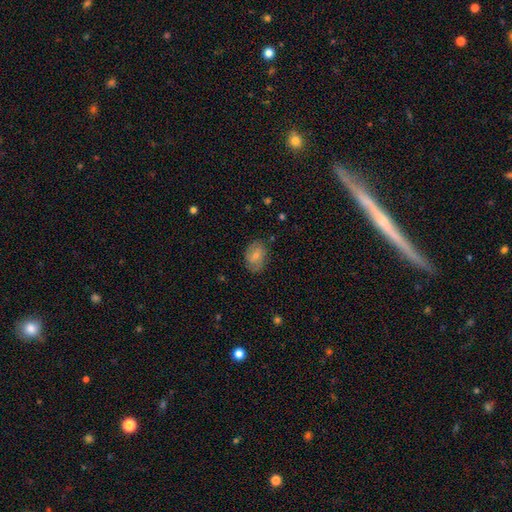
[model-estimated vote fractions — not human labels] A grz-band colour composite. It shows a smooth galaxy with no disk features (69%) that is in between round and cigar-shaped (78%). Merging: none (76%).